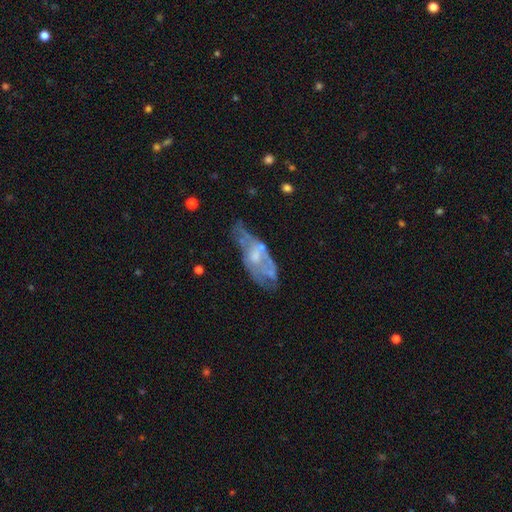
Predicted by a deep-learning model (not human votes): smooth-or-featured: featured or disk: 64% | smooth: 27% | star or artifact: 9%
  disk-edge-on: no: 85% | yes: 15%
    bar: no: 78% | weak: 19% | strong: 4%
    has-spiral-arms: no: 67% | yes: 33%
    bulge-size: moderate: 40% | small: 39% | none: 17% | large: 3% | dominant: 1%
  merging: none: 43% | minor disturbance: 28% | major disturbance: 20% | merger: 9%